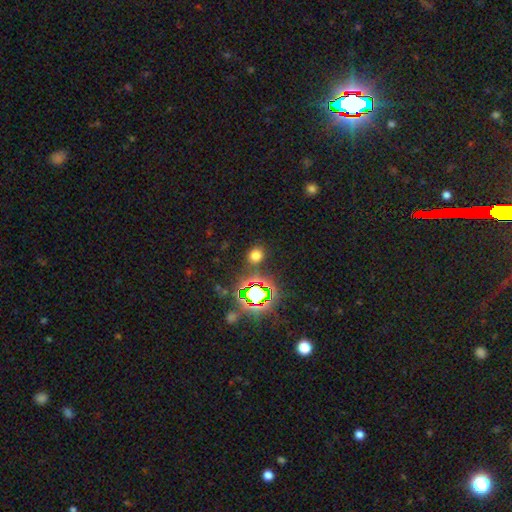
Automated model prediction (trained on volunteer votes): A smooth galaxy with no disk features (65%) that is round (76%). Merging: none (84%).